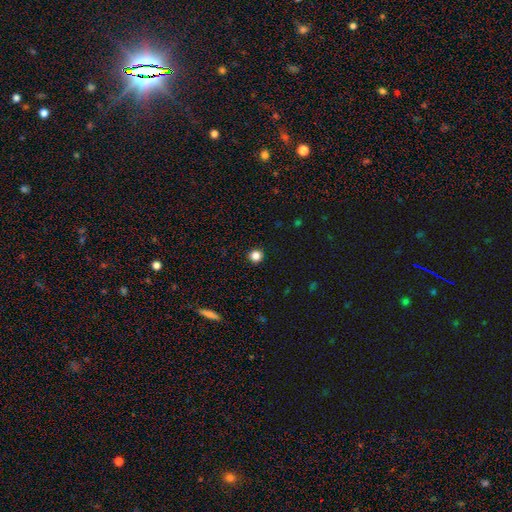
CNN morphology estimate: This is clearly a smooth galaxy (84%). How rounded: clearly round (95%). Merging: clearly none (93%).